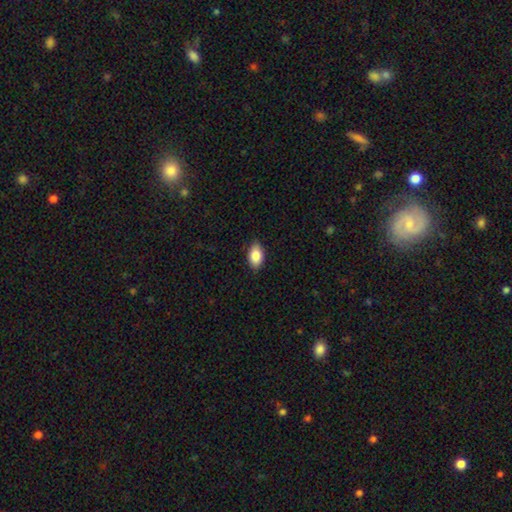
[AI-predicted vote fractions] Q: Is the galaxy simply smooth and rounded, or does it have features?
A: smooth — 86%.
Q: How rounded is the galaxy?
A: in between — 92%.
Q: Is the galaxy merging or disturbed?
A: none — 86%.